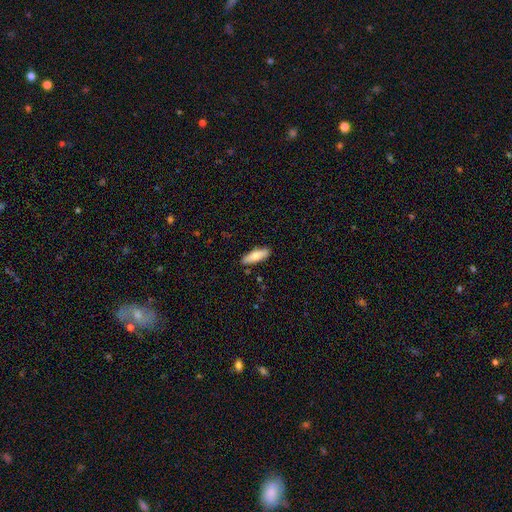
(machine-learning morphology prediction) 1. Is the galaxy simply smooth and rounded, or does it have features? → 76% smooth, 18% featured or disk, 6% star or artifact.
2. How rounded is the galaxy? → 49% in between (tied), 49% cigar-shaped (tied), 2% round.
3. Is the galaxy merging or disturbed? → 88% none, 9% minor disturbance, 2% major disturbance, 1% merger.